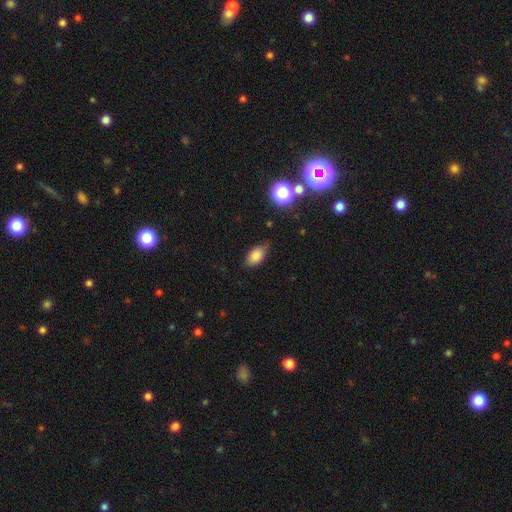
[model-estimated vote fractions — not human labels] The model was most divided on "merging": none: 70%, minor disturbance: 24%, major disturbance: 4%, merger: 2%. More confident: how rounded — in between (89%); smooth or featured — smooth (82%).